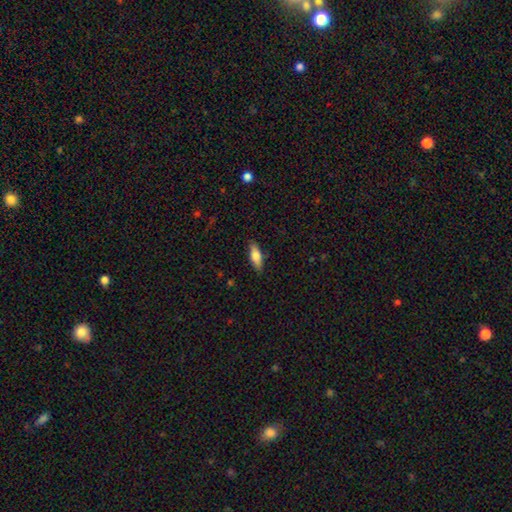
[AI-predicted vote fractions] smooth 76%, featured or disk 18%, star or artifact 6%. Down the decision tree: how rounded — in between (65%); merging — none (85%).